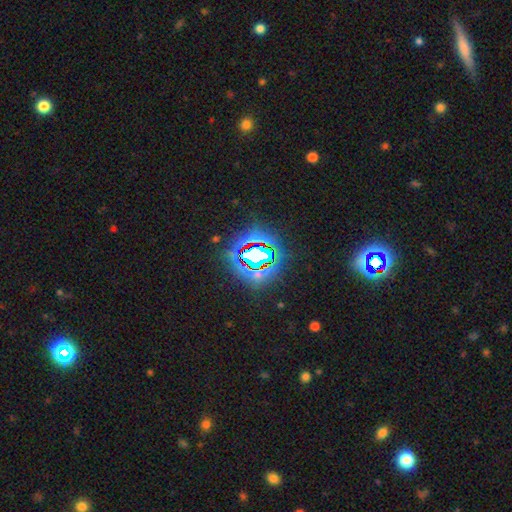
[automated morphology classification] smooth-or-featured: star or artifact: 78% | smooth: 14% | featured or disk: 9%